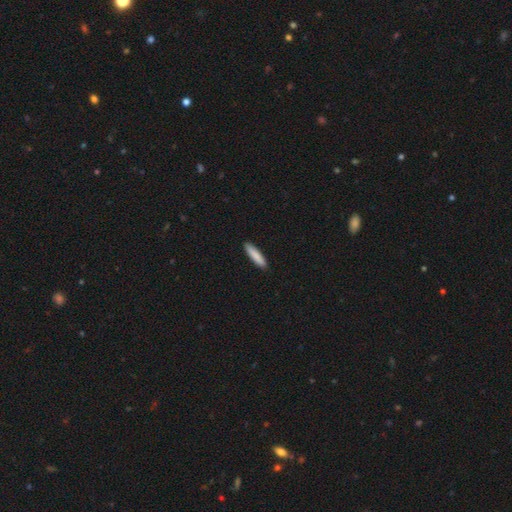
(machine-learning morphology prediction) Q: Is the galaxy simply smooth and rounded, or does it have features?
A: smooth — 87%.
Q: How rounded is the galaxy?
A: cigar-shaped — 84%.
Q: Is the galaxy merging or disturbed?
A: none — 91%.